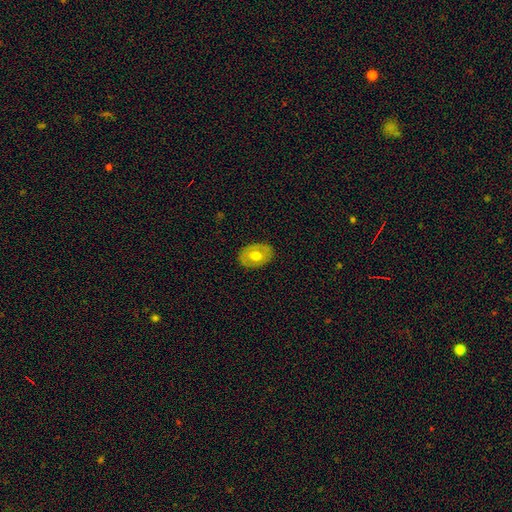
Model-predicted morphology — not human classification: smooth-or-featured: smooth: 58% | featured or disk: 36% | star or artifact: 6%
  how-rounded: in between: 74% | round: 25% | cigar-shaped: 1%
  merging: none: 84% | minor disturbance: 12% | major disturbance: 3% | merger: 1%